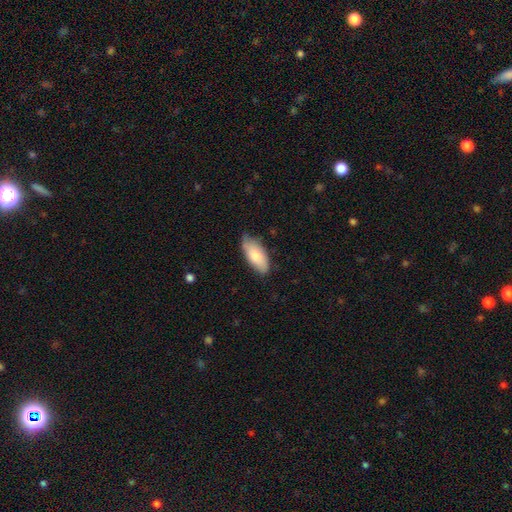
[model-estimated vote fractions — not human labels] smooth_or_featured: smooth (p=0.82) [alt: featured or disk p=0.12]
how_rounded: in between (p=0.87) [alt: cigar-shaped p=0.11]
merging: none (p=0.72) [alt: minor disturbance p=0.24]